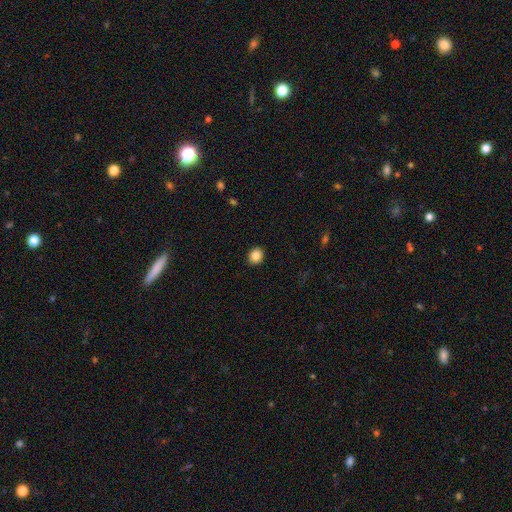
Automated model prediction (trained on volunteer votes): Morphology: type=smooth (85%); roundness=round (73%); merging=none (92%).